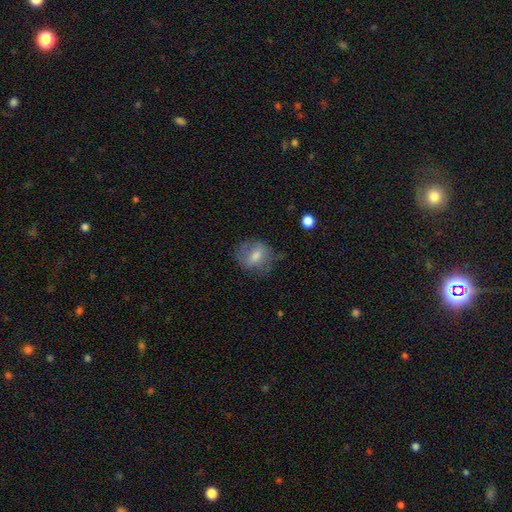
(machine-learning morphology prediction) smooth 64%, featured or disk 28%, star or artifact 9%. Down the decision tree: how rounded — round (53%); merging — none (57%).